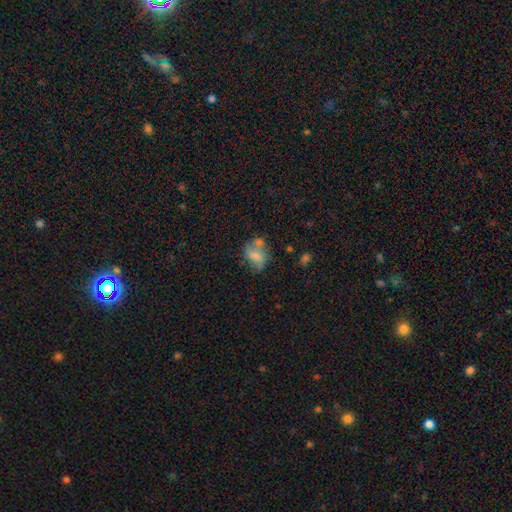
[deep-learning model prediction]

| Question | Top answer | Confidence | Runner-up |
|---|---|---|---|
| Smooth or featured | smooth | 59% | featured or disk (31%) |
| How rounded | in between | 65% | round (32%) |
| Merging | none | 39% | merger (29%) |